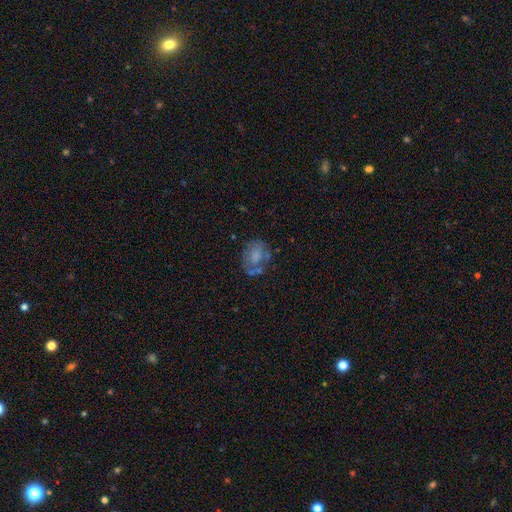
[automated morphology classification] Q: Smooth or featured?
A: smooth (55%); runner-up: featured or disk (35%)
Q: How rounded?
A: in between (55%); runner-up: round (44%)
Q: Merging?
A: none (49%); runner-up: minor disturbance (24%)